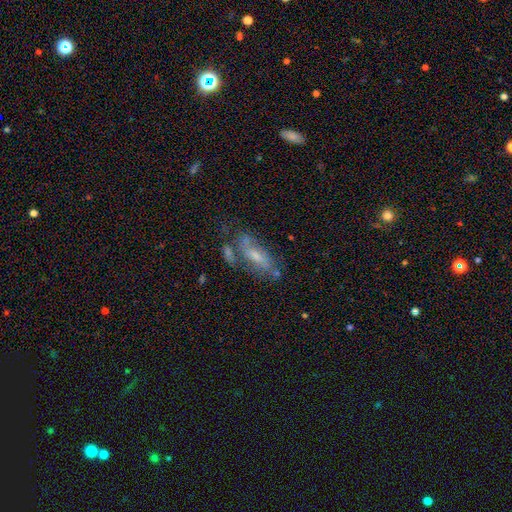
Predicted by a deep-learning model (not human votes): This appears to be a featured or disk galaxy (52%). Merging: none (43%).